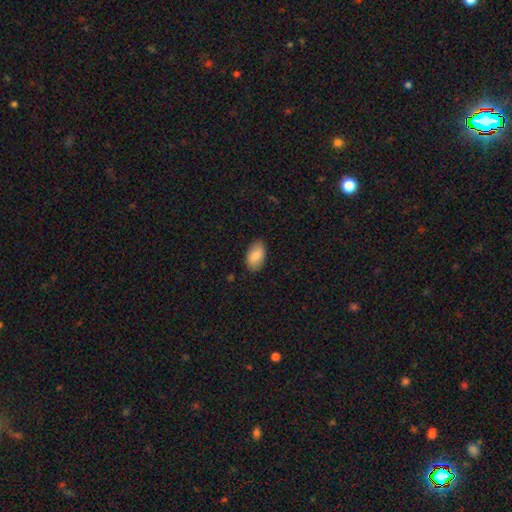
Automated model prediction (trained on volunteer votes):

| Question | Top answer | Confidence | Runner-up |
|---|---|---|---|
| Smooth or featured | smooth | 86% | featured or disk (8%) |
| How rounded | in between | 94% | round (4%) |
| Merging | none | 87% | minor disturbance (10%) |